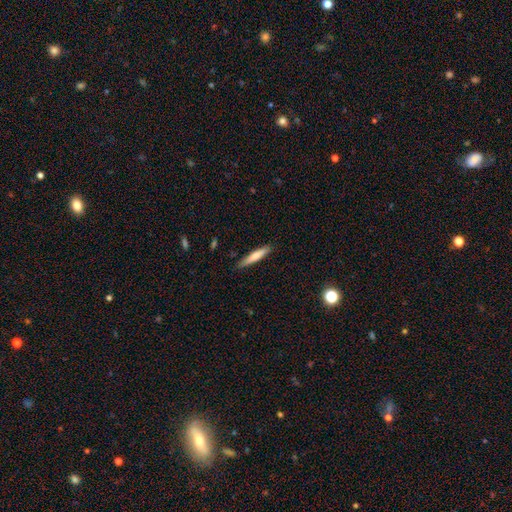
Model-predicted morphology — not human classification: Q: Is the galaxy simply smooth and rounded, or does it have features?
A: smooth — 72%.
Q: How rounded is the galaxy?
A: cigar-shaped — 91%.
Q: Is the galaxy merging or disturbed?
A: none — 86%.